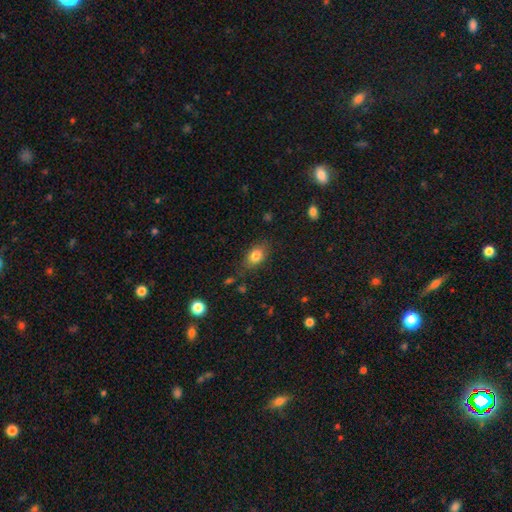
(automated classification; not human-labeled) This appears to be a smooth galaxy with no disk features (82%) that is in between round and cigar-shaped (80%). Merging: none (76%).